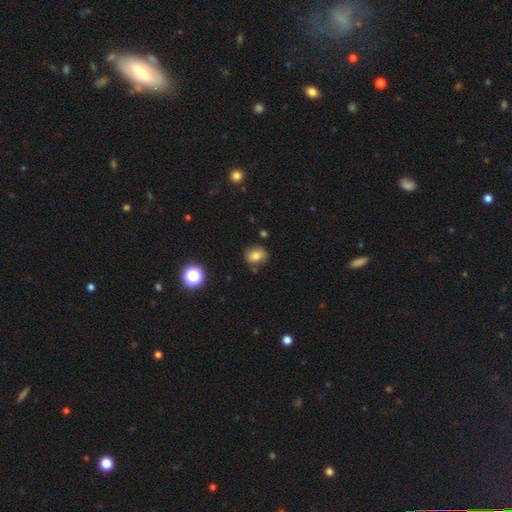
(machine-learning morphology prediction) This appears to be a smooth galaxy with no disk features (75%) that is round (52%). Merging: none (75%).